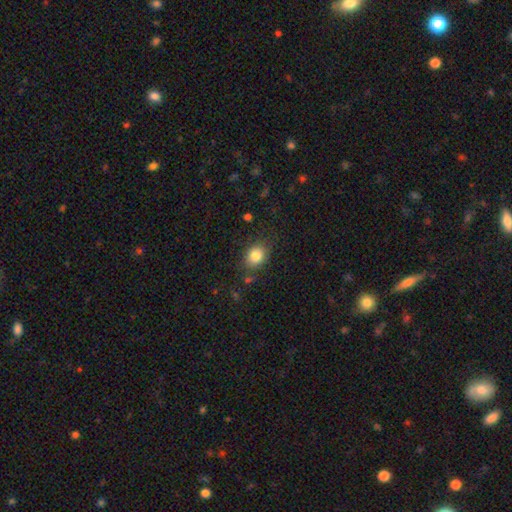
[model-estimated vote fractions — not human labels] Smooth or featured? smooth (83%)
How rounded? round (50%)
Merging? none (78%)